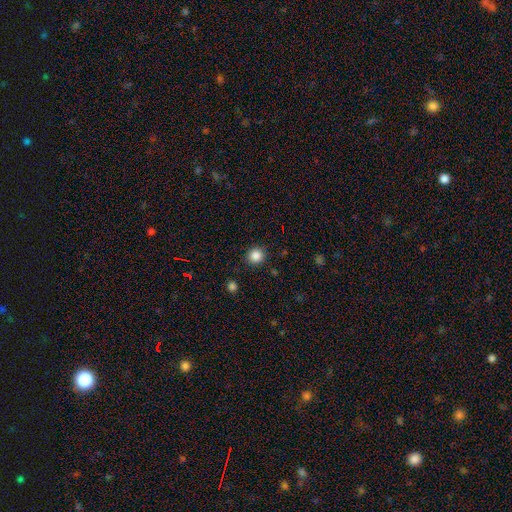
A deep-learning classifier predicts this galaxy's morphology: This is clearly a smooth galaxy (85%). How rounded: clearly round (92%). Merging: clearly none (90%).